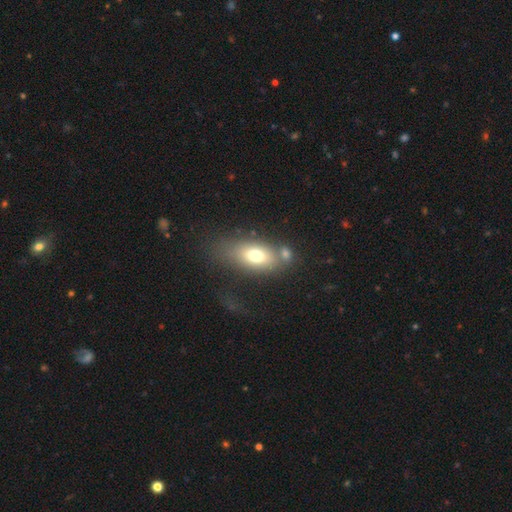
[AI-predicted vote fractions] Q: Smooth or featured?
A: smooth (71%); runner-up: featured or disk (20%)
Q: How rounded?
A: in between (85%); runner-up: round (10%)
Q: Merging?
A: none (44%); runner-up: merger (25%)